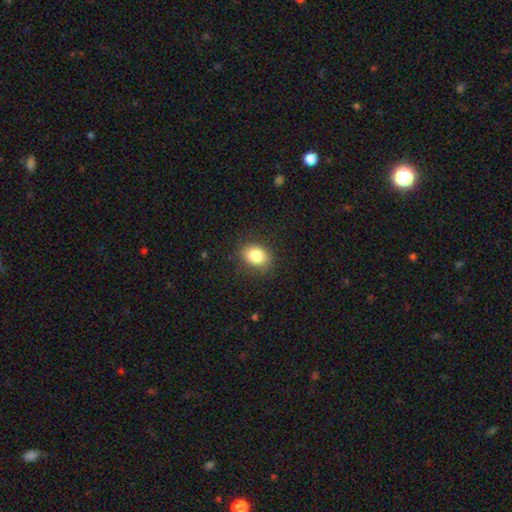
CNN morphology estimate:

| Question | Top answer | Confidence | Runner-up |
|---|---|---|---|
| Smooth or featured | smooth | 84% | star or artifact (9%) |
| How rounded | in between | 61% | round (38%) |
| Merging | none | 85% | minor disturbance (10%) |